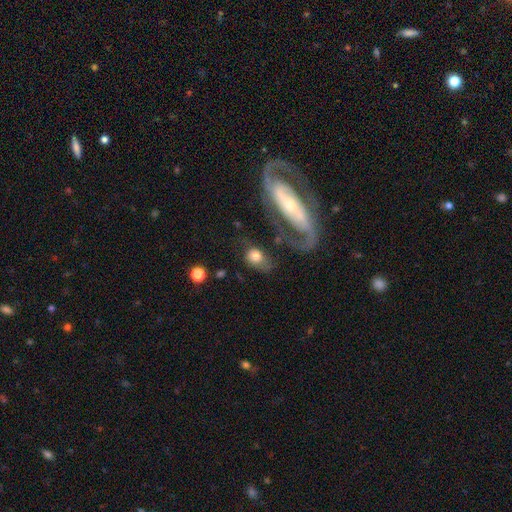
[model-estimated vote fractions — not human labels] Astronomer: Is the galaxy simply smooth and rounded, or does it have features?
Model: smooth — 62%.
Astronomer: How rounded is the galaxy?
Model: in between — 51% (runner-up: round, 45%).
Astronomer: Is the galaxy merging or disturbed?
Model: none — 44% (runner-up: major disturbance, 23%).